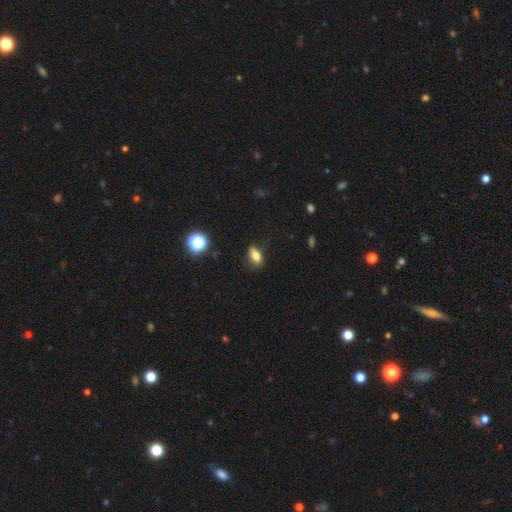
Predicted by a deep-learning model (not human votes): Smooth or featured? Predicted: smooth (p=0.78). How rounded? Predicted: in between (p=0.81). Merging? Predicted: none (p=0.82).